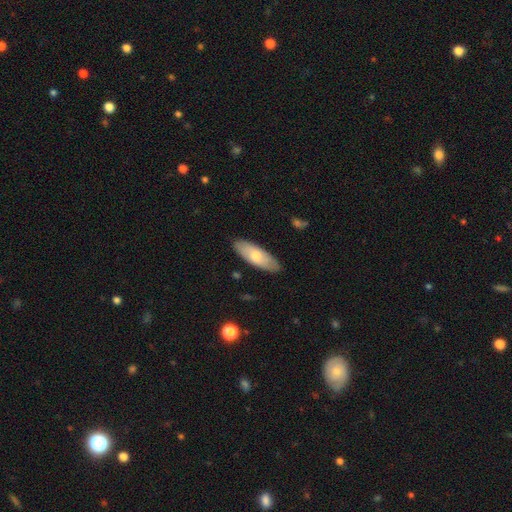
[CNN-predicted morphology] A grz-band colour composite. It shows a smooth galaxy with no disk features (68%) that is in between round and cigar-shaped (71%). Merging: none (86%).